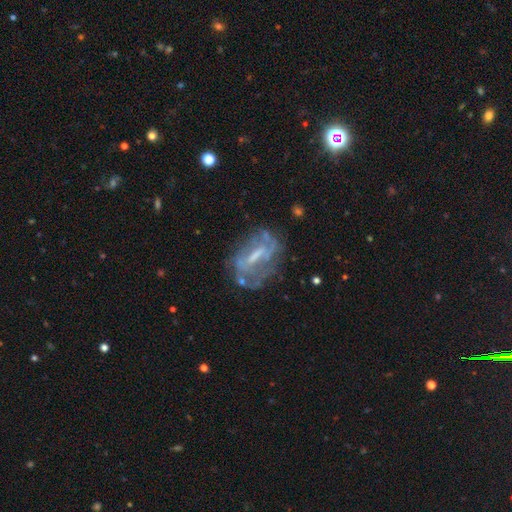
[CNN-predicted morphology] Q: Smooth or featured?
A: featured or disk (72%); runner-up: smooth (18%)
Q: Edge-on disk?
A: no (92%); runner-up: yes (8%)
Q: Bar?
A: weak (41%); runner-up: strong (40%)
Q: Spiral arms?
A: yes (55%); runner-up: no (45%)
Q: Bulge size?
A: moderate (37%); runner-up: small (34%)
Q: Merging?
A: none (56%); runner-up: minor disturbance (22%)